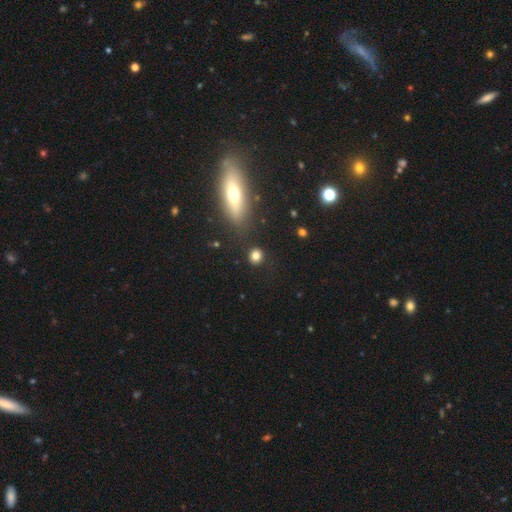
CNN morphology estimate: smooth 80%, star or artifact 12%, featured or disk 7%. Down the decision tree: how rounded — round (81%); merging — none (87%).